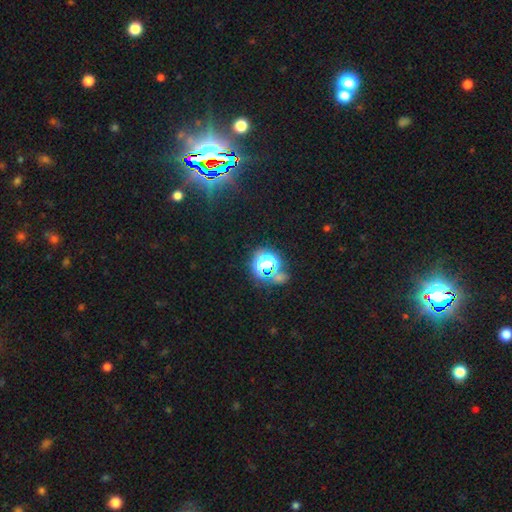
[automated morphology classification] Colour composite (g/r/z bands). It shows a star or artifact, not a galaxy (60%).